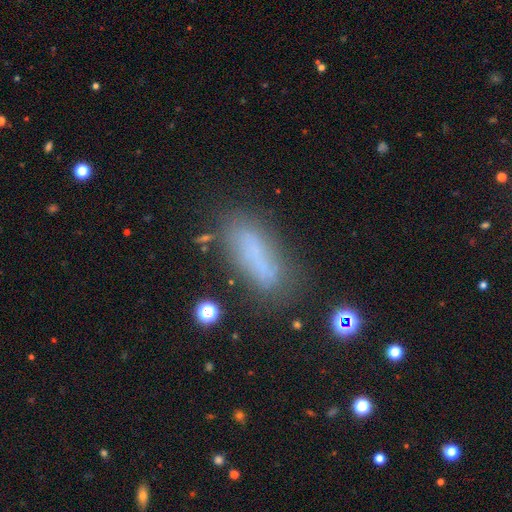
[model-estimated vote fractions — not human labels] Q: Smooth or featured?
A: smooth (64%); runner-up: featured or disk (23%)
Q: How rounded?
A: in between (53%); runner-up: cigar-shaped (44%)
Q: Merging?
A: none (63%); runner-up: minor disturbance (21%)